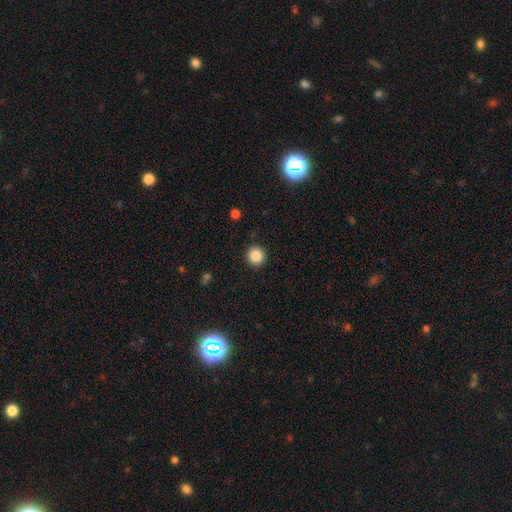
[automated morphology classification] The model was most divided on "smooth or featured": smooth: 86%, star or artifact: 10%, featured or disk: 4%. More confident: how rounded — round (94%); merging — none (92%).